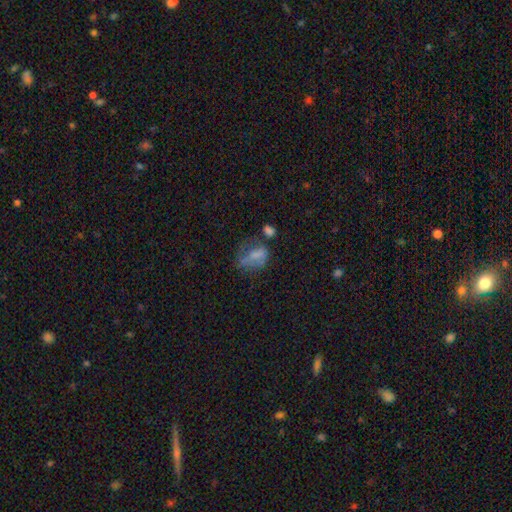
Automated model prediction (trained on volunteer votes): A smooth galaxy with no disk features (58%) that is in between round and cigar-shaped (70%).

Vote fractions:
- Smooth or featured? smooth: 58% / featured or disk: 28% / star or artifact: 14%
- How rounded? in between: 70% / round: 25% / cigar-shaped: 4%
- Merging? major disturbance: 36% / none: 29% / minor disturbance: 24% / merger: 11%